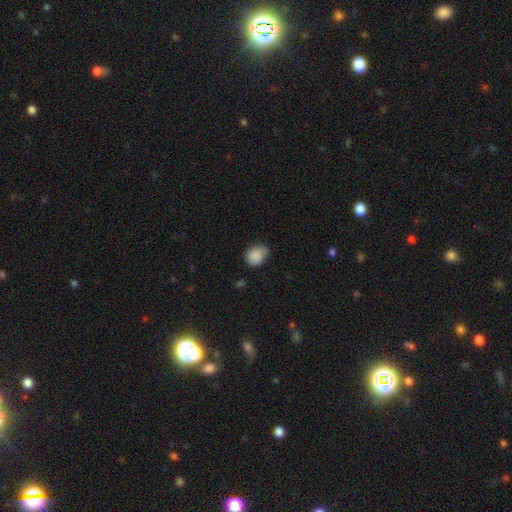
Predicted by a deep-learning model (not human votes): smooth-or-featured: smooth: 88% | star or artifact: 8% | featured or disk: 4%
  how-rounded: in between: 54% | round: 45% | cigar-shaped: 1%
  merging: none: 63% | minor disturbance: 31% | major disturbance: 5% | merger: 2%